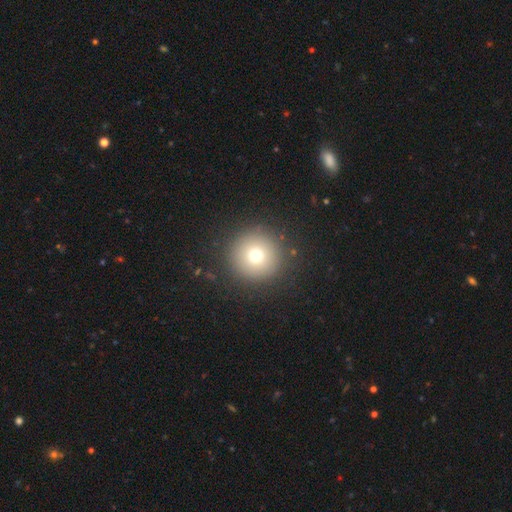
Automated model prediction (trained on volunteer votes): smooth-or-featured: smooth: 72% | star or artifact: 16% | featured or disk: 12%
  how-rounded: round: 96% | in between: 3% | cigar-shaped: 1%
  merging: none: 90% | minor disturbance: 6% | major disturbance: 3% | merger: 1%